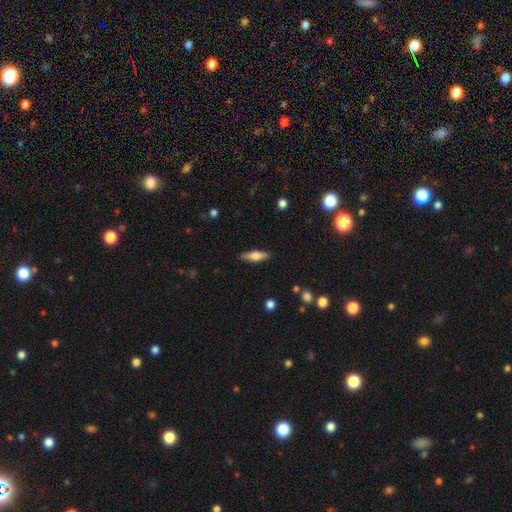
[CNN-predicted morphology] Smooth or featured? smooth (56%)
How rounded? cigar-shaped (56%)
Merging? none (88%)